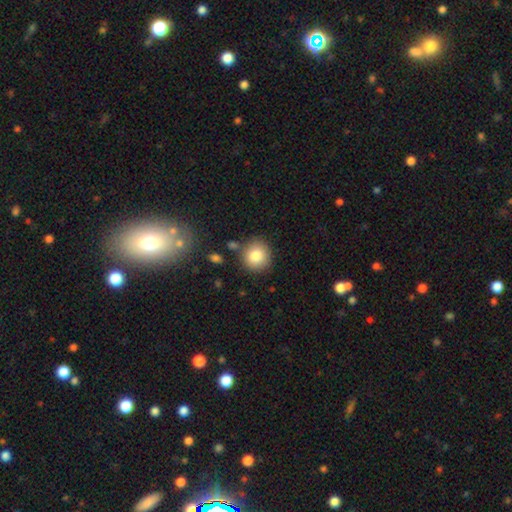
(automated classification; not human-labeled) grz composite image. It shows a smooth galaxy with no disk features (83%) that is round (91%). Merging: none (83%).